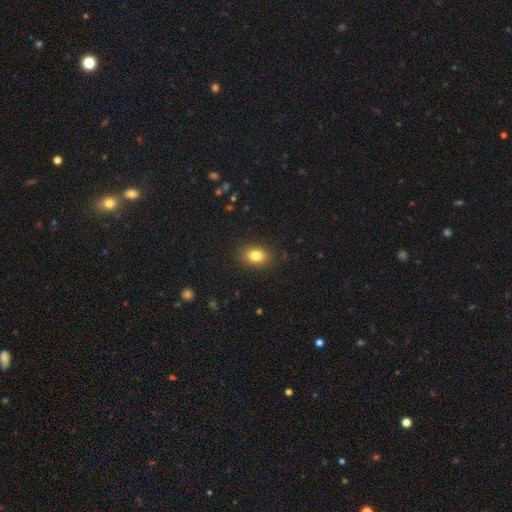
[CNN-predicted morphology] This appears to be a smooth galaxy with no disk features (83%) that is in between round and cigar-shaped (71%). Merging: none (88%).